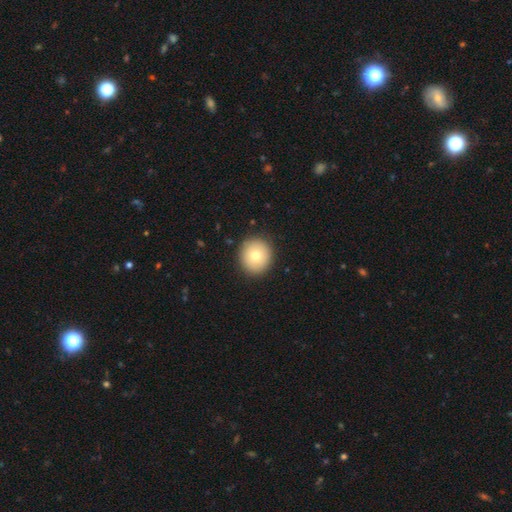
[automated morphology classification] Overall: smooth (77%). How rounded: round (91%). Merging: none (90%).